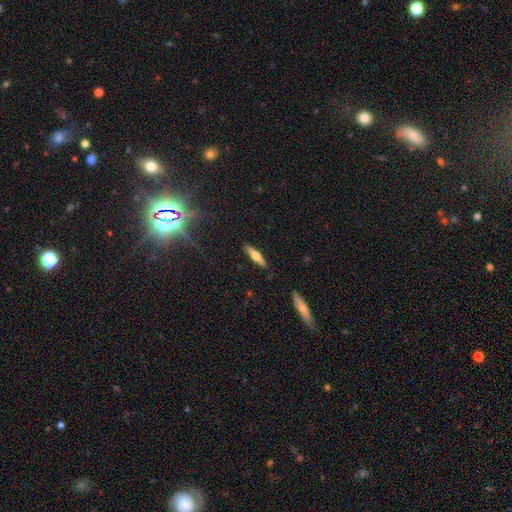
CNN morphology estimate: Smooth or featured? smooth (50%)
How rounded? cigar-shaped (74%)
Merging? none (88%)